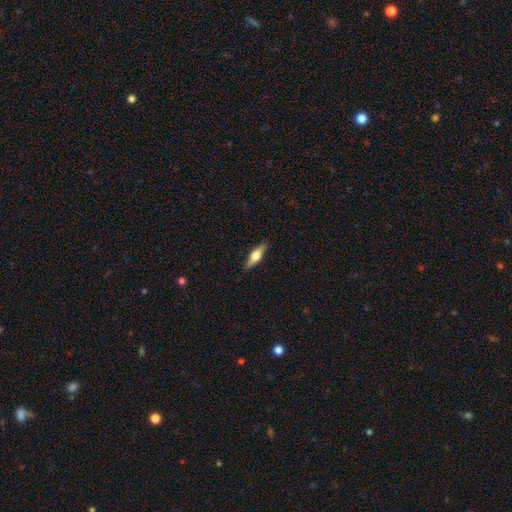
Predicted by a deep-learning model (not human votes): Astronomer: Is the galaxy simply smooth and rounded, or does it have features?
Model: featured or disk — 52% (runner-up: smooth, 41%).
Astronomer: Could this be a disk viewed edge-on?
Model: yes — 93%.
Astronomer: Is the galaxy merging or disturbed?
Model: none — 87%.